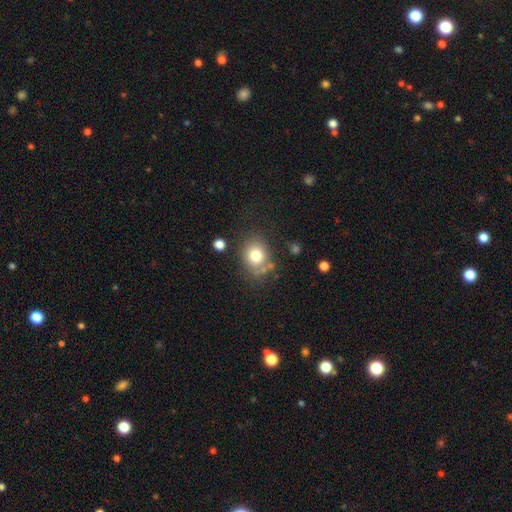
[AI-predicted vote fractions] smooth-or-featured: smooth: 76% | featured or disk: 12% | star or artifact: 11%
  how-rounded: round: 62% | in between: 37% | cigar-shaped: 1%
  merging: none: 70% | minor disturbance: 16% | merger: 7% | major disturbance: 6%